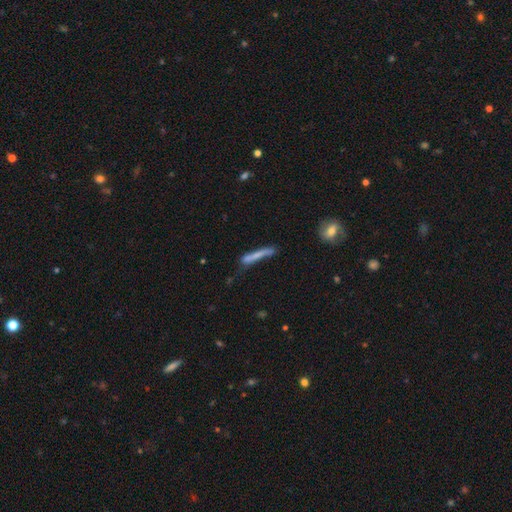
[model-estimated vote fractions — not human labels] Smooth or featured?
  - smooth: 63% *
  - featured or disk: 29%
  - star or artifact: 8%
How rounded?
  - cigar-shaped: 93% *
  - in between: 5%
  - round: 2%
Merging?
  - none: 55% *
  - minor disturbance: 23%
  - major disturbance: 11%
  - merger: 11%